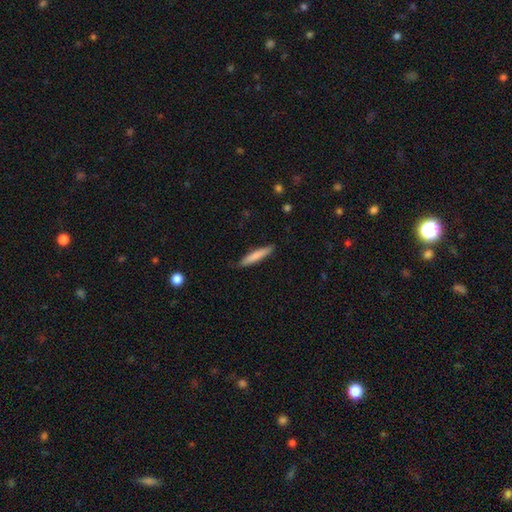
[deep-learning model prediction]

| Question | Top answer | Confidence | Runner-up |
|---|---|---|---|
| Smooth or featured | smooth | 79% | featured or disk (16%) |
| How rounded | cigar-shaped | 91% | in between (8%) |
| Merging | none | 85% | minor disturbance (12%) |